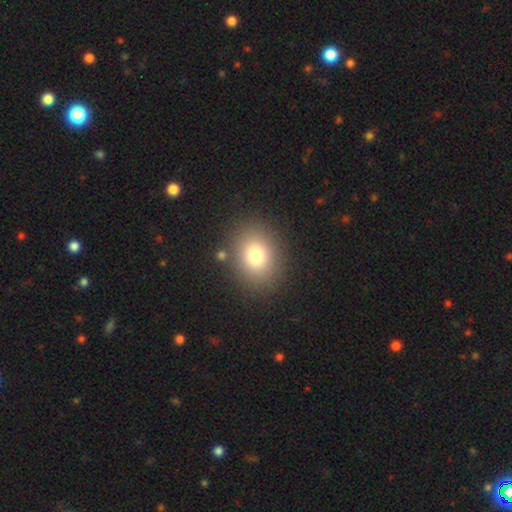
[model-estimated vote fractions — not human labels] Smooth or featured? smooth (78%)
How rounded? round (51%)
Merging? none (85%)